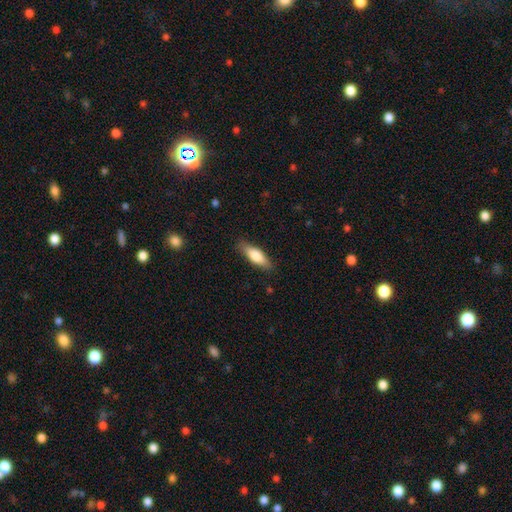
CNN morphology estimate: type=smooth (73%); roundness=in between (55%); merging=none (85%).